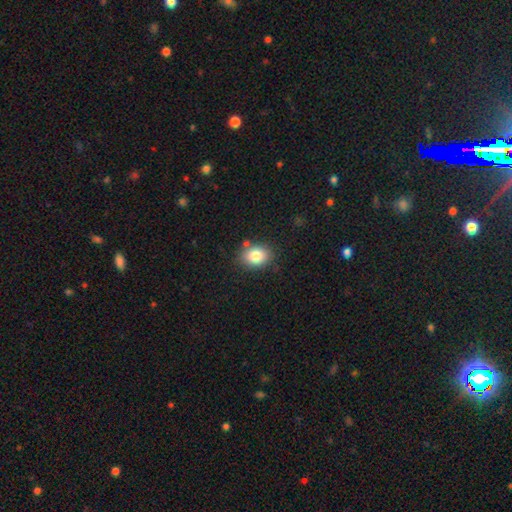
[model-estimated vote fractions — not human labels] Overall: smooth (82%). How rounded: in between (62%; round 37%). Merging: none (81%).